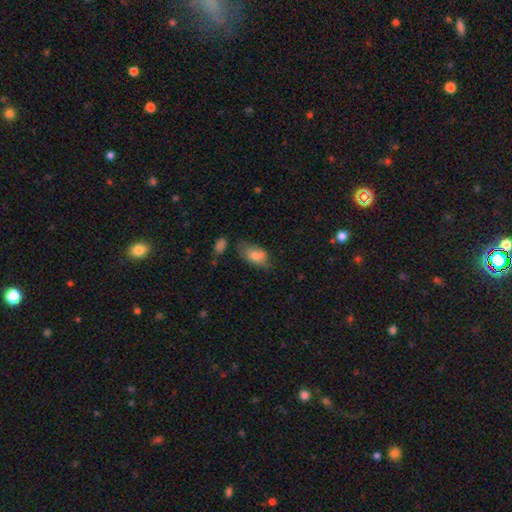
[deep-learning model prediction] The model was most divided on "merging": none: 49%, minor disturbance: 33%, major disturbance: 11%, merger: 7%. More confident: how rounded — in between (91%); smooth or featured — smooth (73%).